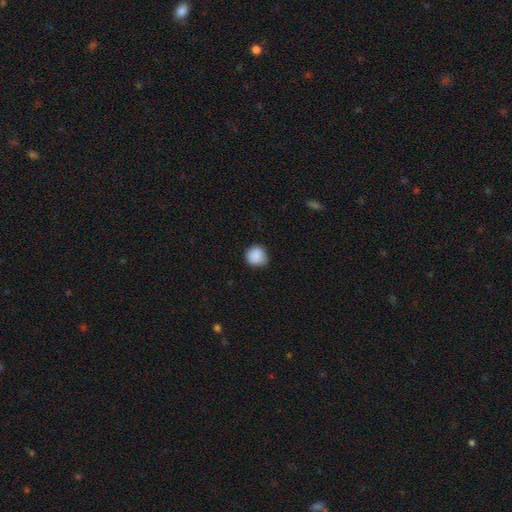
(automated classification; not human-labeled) Smooth or featured? smooth (89%)
How rounded? round (91%)
Merging? none (81%)